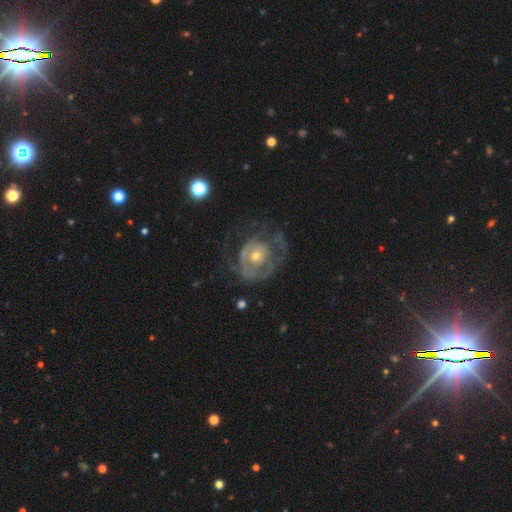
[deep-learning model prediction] Q: Smooth or featured?
A: featured or disk (72%); runner-up: smooth (21%)
Q: Edge-on disk?
A: no (97%); runner-up: yes (3%)
Q: Bar?
A: no (83%); runner-up: weak (14%)
Q: Spiral arms?
A: yes (61%); runner-up: no (39%)
Q: Bulge size?
A: small (49%); runner-up: moderate (45%)
Q: Merging?
A: none (42%); runner-up: major disturbance (36%)